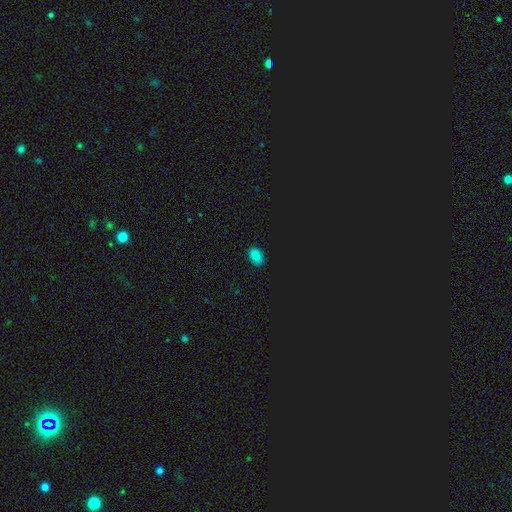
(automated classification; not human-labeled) Smooth or featured: smooth — 77% (star or artifact — 20%)
How rounded: in between — 90% (round — 8%)
Merging: none — 87% (minor disturbance — 10%)